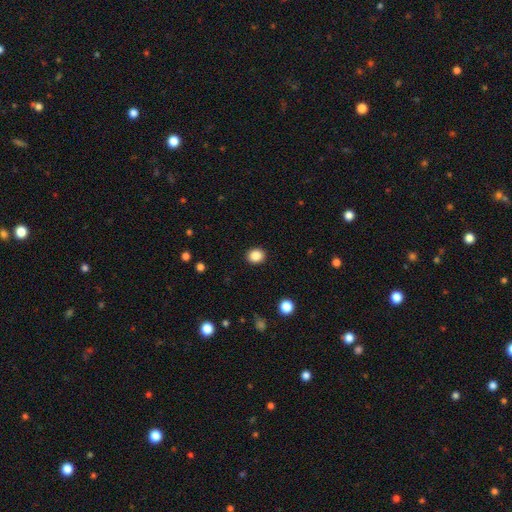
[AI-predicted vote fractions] smooth_or_featured: smooth (p=0.87) [alt: star or artifact p=0.10]
how_rounded: round (p=0.72) [alt: in between p=0.27]
merging: none (p=0.91) [alt: minor disturbance p=0.06]